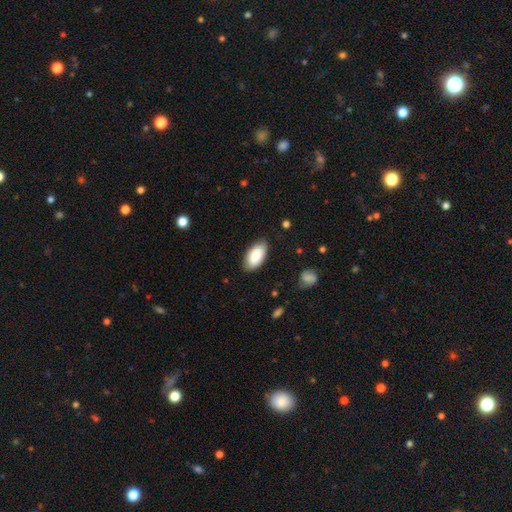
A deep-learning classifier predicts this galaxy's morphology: This is clearly a smooth galaxy (88%). How rounded: clearly in between (95%). Merging: clearly none (85%).